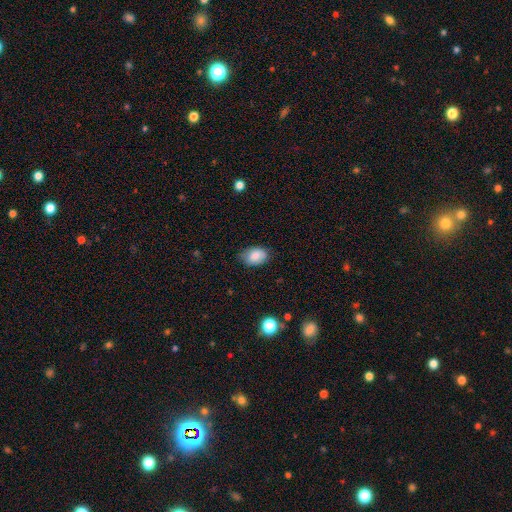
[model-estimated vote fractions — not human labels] Overall: smooth (84%). How rounded: in between (85%). Merging: none (74%).